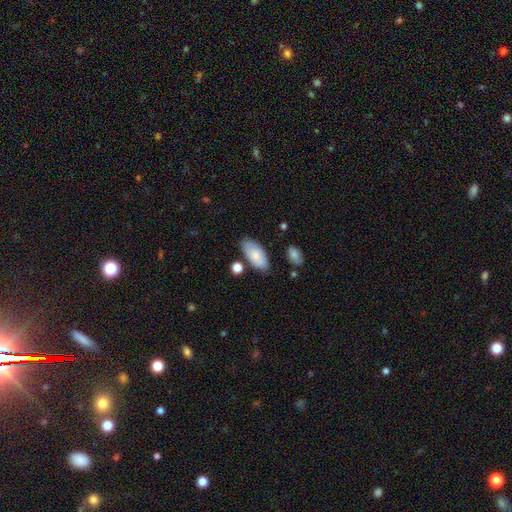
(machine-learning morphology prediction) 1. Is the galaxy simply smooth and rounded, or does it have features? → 73% smooth, 20% featured or disk, 6% star or artifact.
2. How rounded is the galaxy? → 91% in between, 6% cigar-shaped, 3% round.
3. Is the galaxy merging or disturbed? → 74% none, 17% minor disturbance, 5% merger, 4% major disturbance.